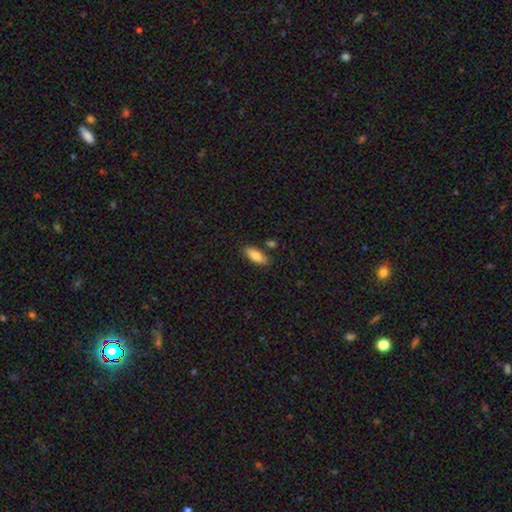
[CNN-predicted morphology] type=smooth (80%); roundness=in between (67%); merging=none (82%).